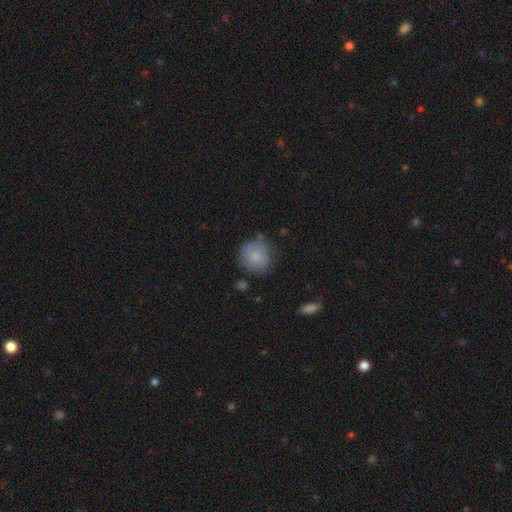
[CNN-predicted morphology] smooth 75%, featured or disk 18%, star or artifact 7%. Down the decision tree: how rounded — round (89%); merging — none (70%).